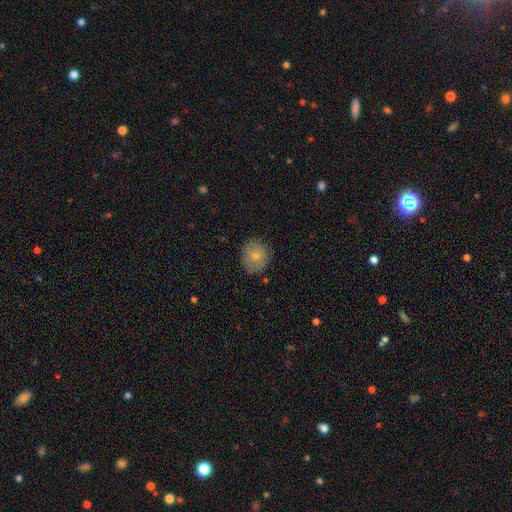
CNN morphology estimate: smooth 72%, featured or disk 20%, star or artifact 9%. Down the decision tree: how rounded — round (79%); merging — none (82%).